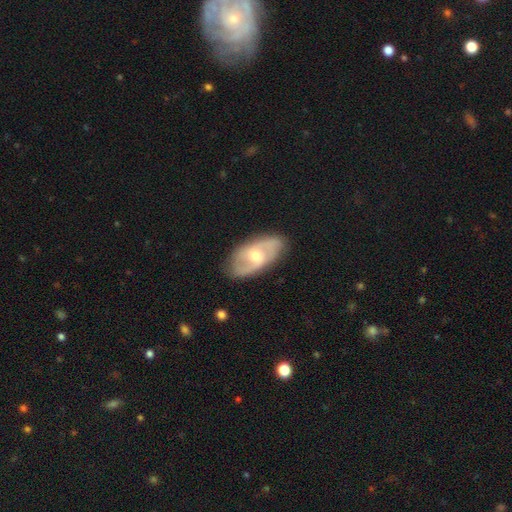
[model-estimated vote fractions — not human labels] smooth-or-featured: featured or disk: 73% | smooth: 20% | star or artifact: 7%
  disk-edge-on: no: 91% | yes: 9%
    bar: weak: 44% | no: 41% | strong: 15%
    has-spiral-arms: yes: 83% | no: 17%
      spiral-winding: medium: 43% | tight: 33% | loose: 24%
      spiral-arm-count: 2: 70% | can't tell: 18% | 3: 6% | 1: 3% | 4: 2% | more than 4: 2%
    bulge-size: moderate: 63% | small: 32% | large: 3% | none: 1% | dominant: 1%
  merging: none: 82% | minor disturbance: 13% | major disturbance: 3% | merger: 1%